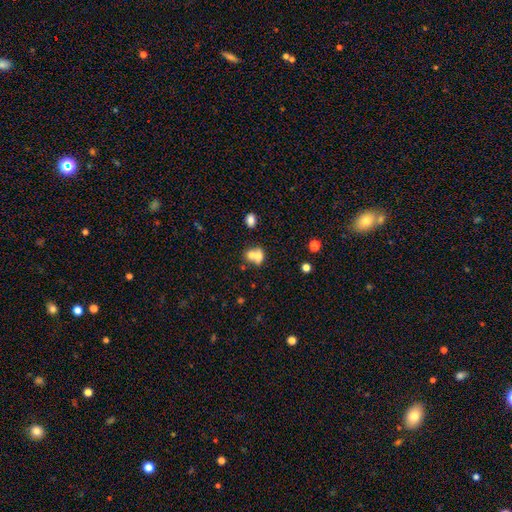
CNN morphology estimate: Smooth or featured? Predicted: smooth (p=0.68). How rounded? Predicted: in between (p=0.51). Merging? Predicted: merger (p=0.66).